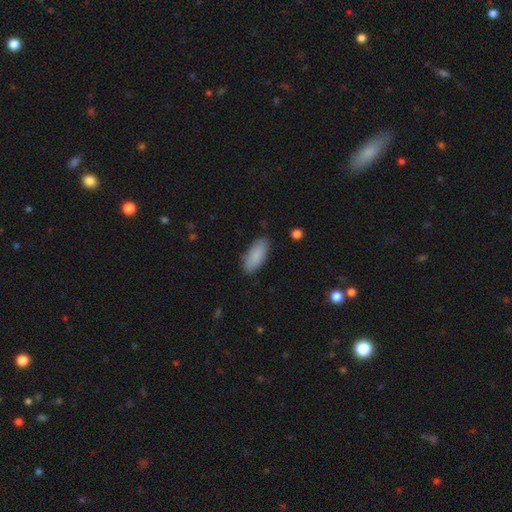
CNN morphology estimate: A smooth galaxy with no disk features (88%) that is in between round and cigar-shaped (84%).

Vote fractions:
- Smooth or featured? smooth: 88% / star or artifact: 6% / featured or disk: 5%
- How rounded? in between: 84% / cigar-shaped: 14% / round: 2%
- Merging? none: 85% / minor disturbance: 11% / major disturbance: 2% / merger: 1%